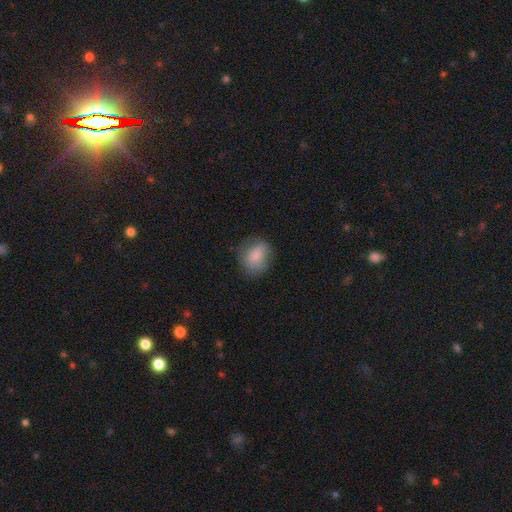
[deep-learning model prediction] Smooth or featured?
  - smooth: 80% *
  - featured or disk: 12%
  - star or artifact: 8%
How rounded?
  - in between: 52% *
  - round: 46%
  - cigar-shaped: 2%
Merging?
  - none: 70% *
  - minor disturbance: 21%
  - major disturbance: 8%
  - merger: 1%